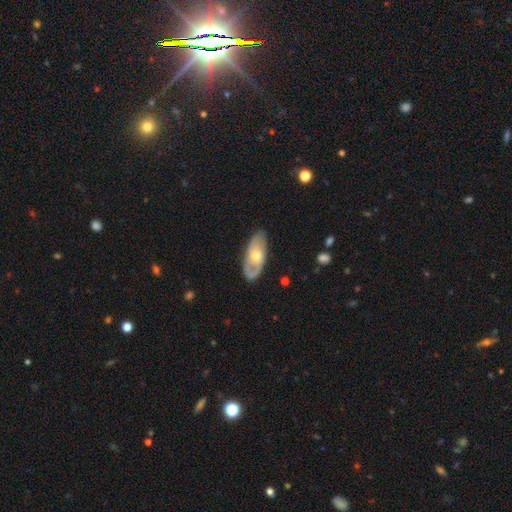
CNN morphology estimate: A featured or disk galaxy (58%). Merging: none (74%).